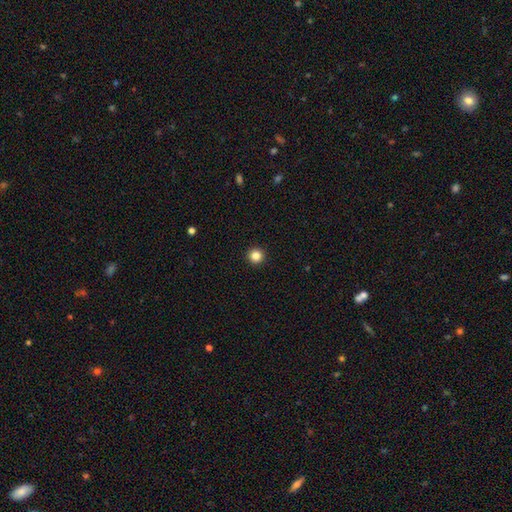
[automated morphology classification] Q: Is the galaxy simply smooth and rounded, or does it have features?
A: smooth — 85%.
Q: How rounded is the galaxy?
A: round — 96%.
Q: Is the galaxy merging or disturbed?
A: none — 94%.